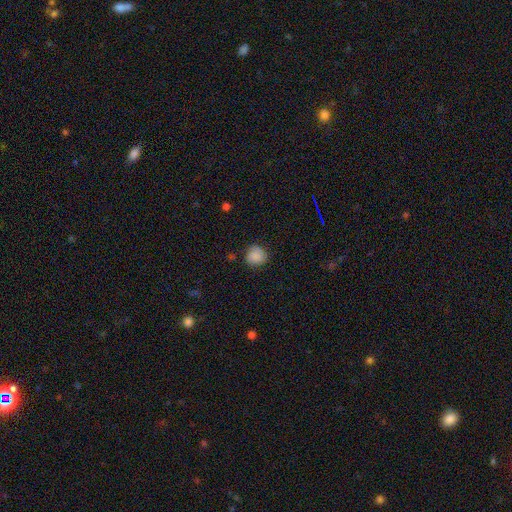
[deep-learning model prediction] The model was most divided on "merging": none: 79%, minor disturbance: 16%, major disturbance: 4%, merger: 1%. More confident: how rounded — round (86%); smooth or featured — smooth (85%).